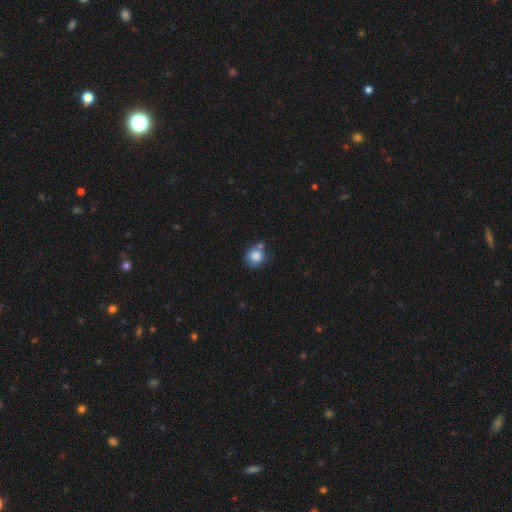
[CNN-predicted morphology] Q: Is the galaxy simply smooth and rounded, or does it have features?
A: smooth — 83%.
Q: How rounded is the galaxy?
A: round — 82%.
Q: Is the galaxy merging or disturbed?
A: none — 56%.